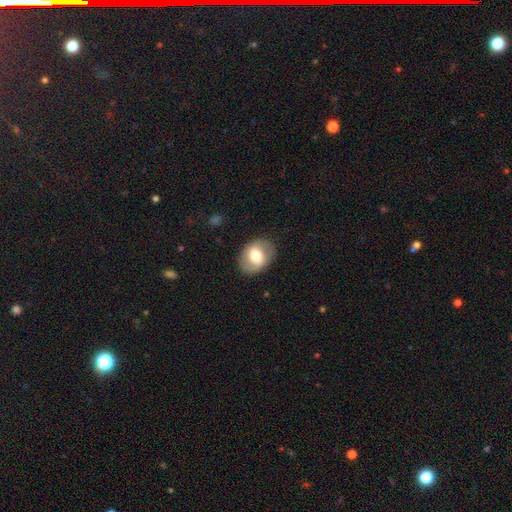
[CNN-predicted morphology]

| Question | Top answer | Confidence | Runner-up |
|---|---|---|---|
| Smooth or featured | smooth | 56% | featured or disk (37%) |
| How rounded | in between | 64% | round (35%) |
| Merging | none | 83% | minor disturbance (11%) |